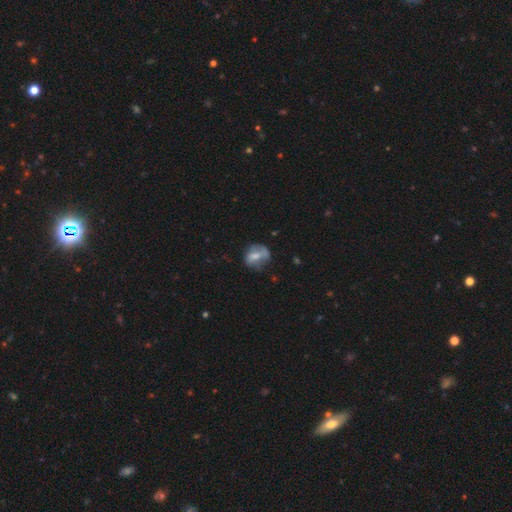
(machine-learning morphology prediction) This appears to be a smooth galaxy with no disk features (51%) that is in between round and cigar-shaped (50%). Merging: none (53%).